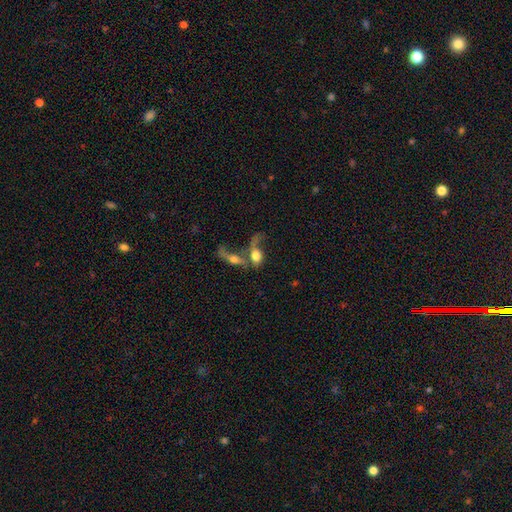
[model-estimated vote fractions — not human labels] smooth_or_featured: smooth (p=0.57) [alt: featured or disk p=0.33]
how_rounded: in between (p=0.64) [alt: round p=0.27]
merging: merger (p=0.64) [alt: major disturbance p=0.15]